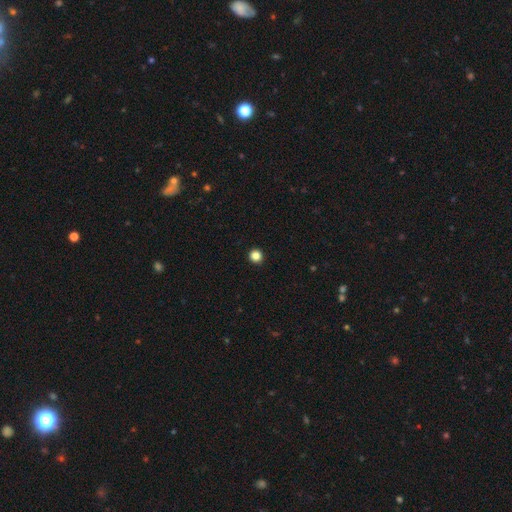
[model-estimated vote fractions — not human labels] Morphology: type=smooth (85%); roundness=round (95%); merging=none (94%).